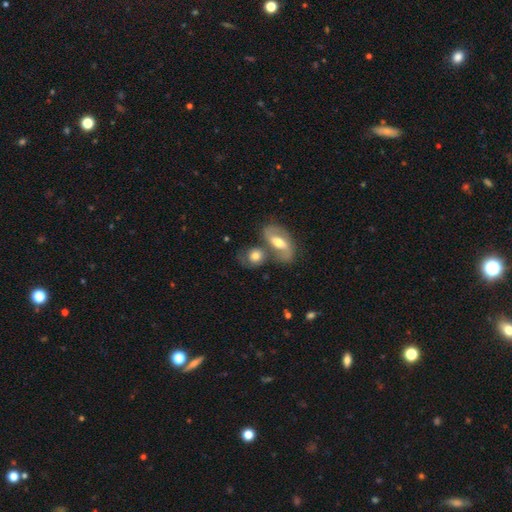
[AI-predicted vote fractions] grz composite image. It shows a smooth galaxy with no disk features (51%) that is in between round and cigar-shaped (51%). Merging: none (46%).